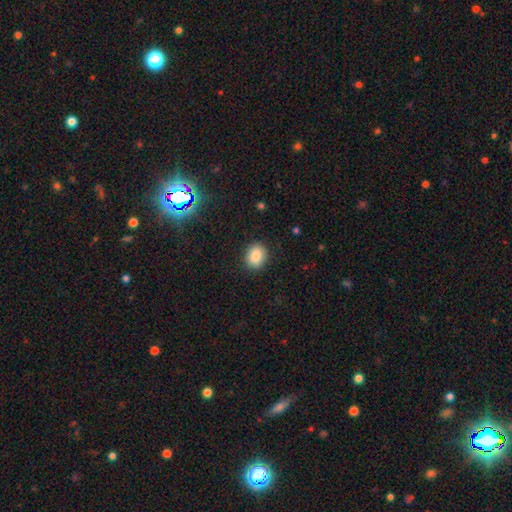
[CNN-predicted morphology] smooth_or_featured: smooth (p=0.85) [alt: star or artifact p=0.09]
how_rounded: round (p=0.55) [alt: in between p=0.44]
merging: none (p=0.89) [alt: minor disturbance p=0.08]